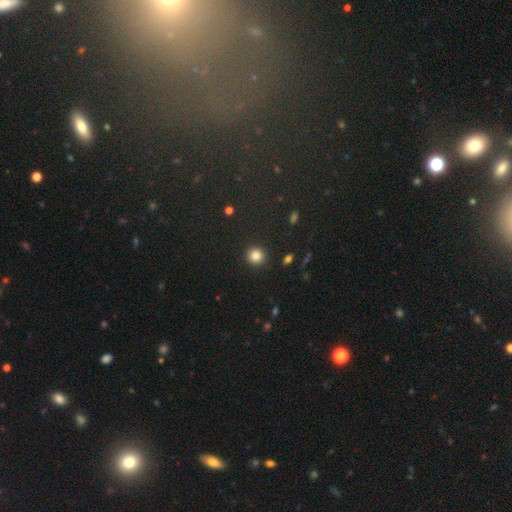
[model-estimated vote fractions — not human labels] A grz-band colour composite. It shows a smooth galaxy with no disk features (84%) that is round (90%). Merging: none (92%).